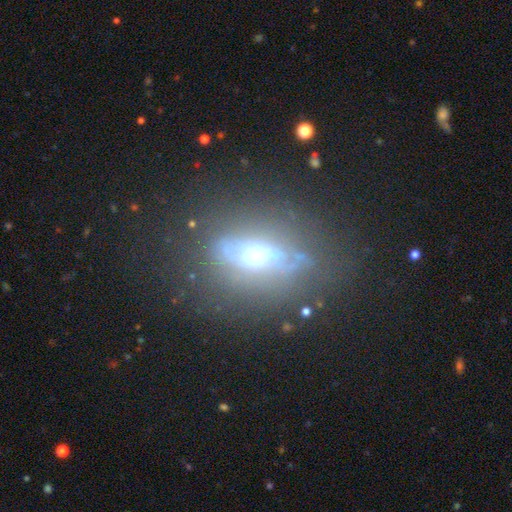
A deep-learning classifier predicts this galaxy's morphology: smooth_or_featured: featured or disk (p=0.67) [alt: smooth p=0.21]
disk_edge_on: yes (p=0.54) [alt: no p=0.46]
merging: none (p=0.67) [alt: minor disturbance p=0.18]